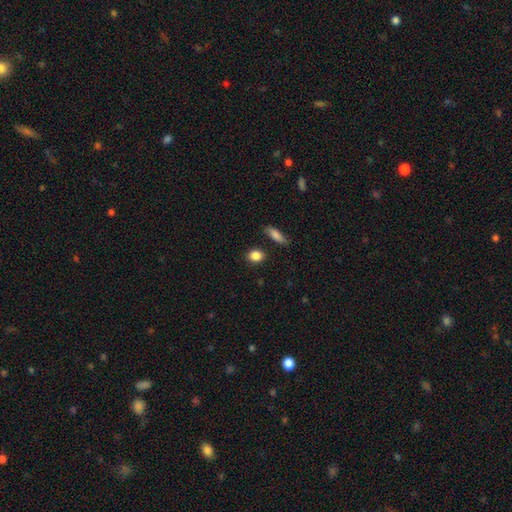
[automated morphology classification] A smooth galaxy with no disk features (87%) that is in between round and cigar-shaped (50%). Merging: none (84%).